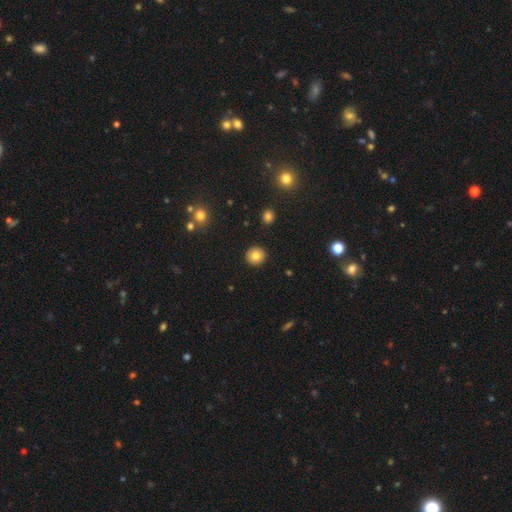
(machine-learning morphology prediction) This is likely a smooth galaxy (79%). How rounded: clearly round (93%). Merging: clearly none (92%).